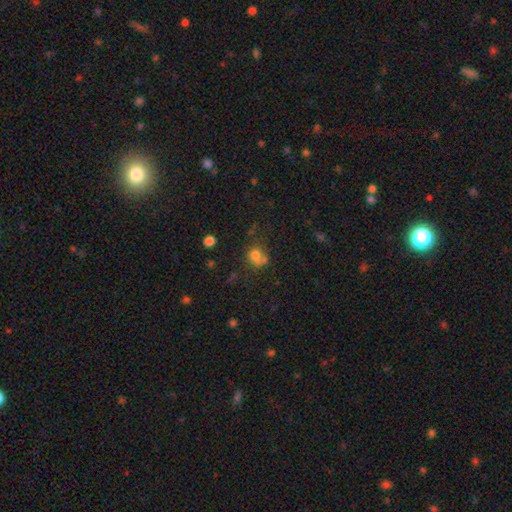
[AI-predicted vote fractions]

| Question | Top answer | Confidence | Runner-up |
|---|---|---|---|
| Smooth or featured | smooth | 71% | star or artifact (16%) |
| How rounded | round | 74% | in between (25%) |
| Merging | none | 42% | merger (35%) |